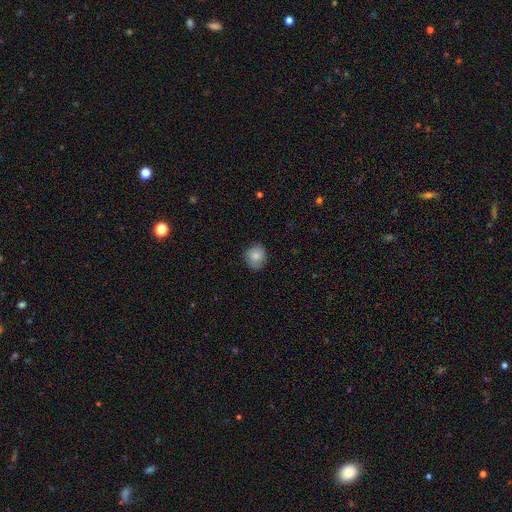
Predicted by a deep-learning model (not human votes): Smooth or featured? Predicted: smooth (p=0.83). How rounded? Predicted: round (p=0.79). Merging? Predicted: none (p=0.79).